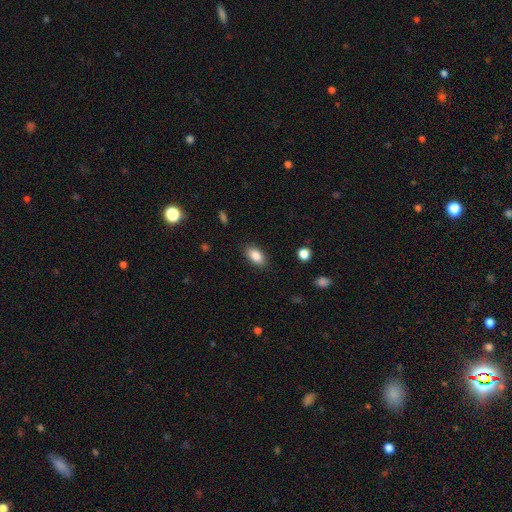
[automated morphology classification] smooth-or-featured: smooth: 87% | star or artifact: 8% | featured or disk: 5%
  how-rounded: in between: 92% | round: 5% | cigar-shaped: 3%
  merging: none: 87% | minor disturbance: 10% | major disturbance: 3% | merger: 1%